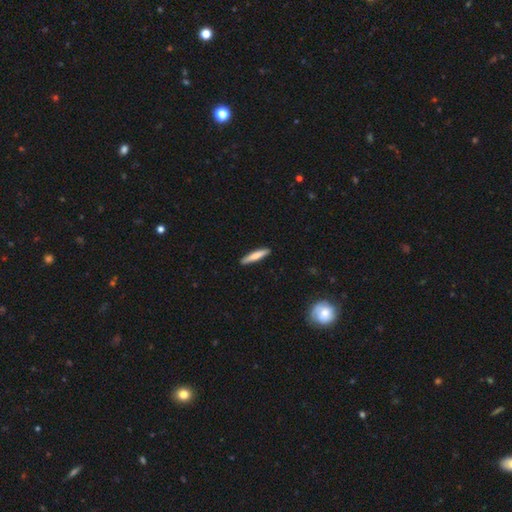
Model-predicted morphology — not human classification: This appears to be a smooth galaxy with no disk features (73%) that is cigar-shaped (90%). Merging: none (90%).